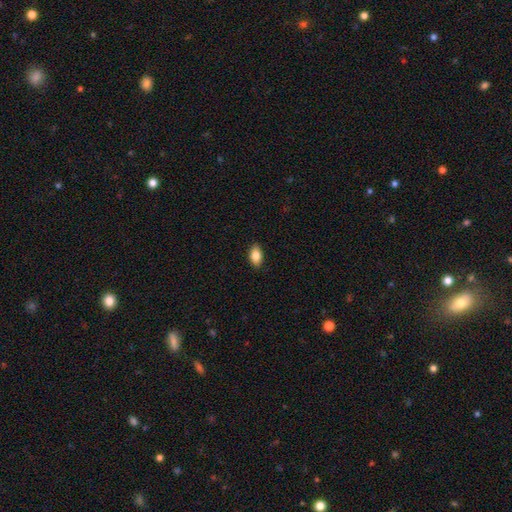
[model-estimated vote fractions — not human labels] Smooth or featured? smooth (84%)
How rounded? in between (91%)
Merging? none (88%)